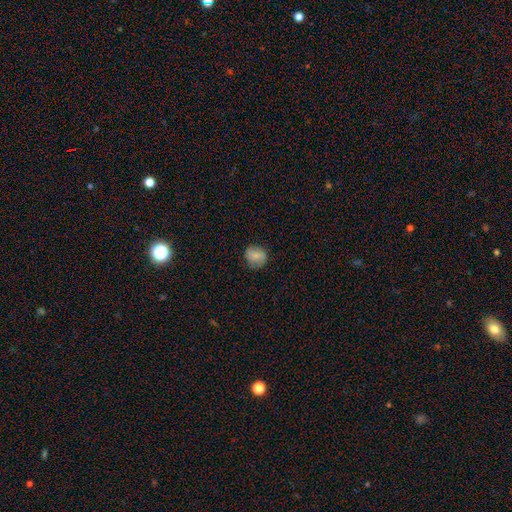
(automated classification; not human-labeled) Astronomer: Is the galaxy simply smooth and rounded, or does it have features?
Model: smooth — 69%.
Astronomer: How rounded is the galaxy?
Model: round — 84%.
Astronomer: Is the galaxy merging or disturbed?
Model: none — 79%.